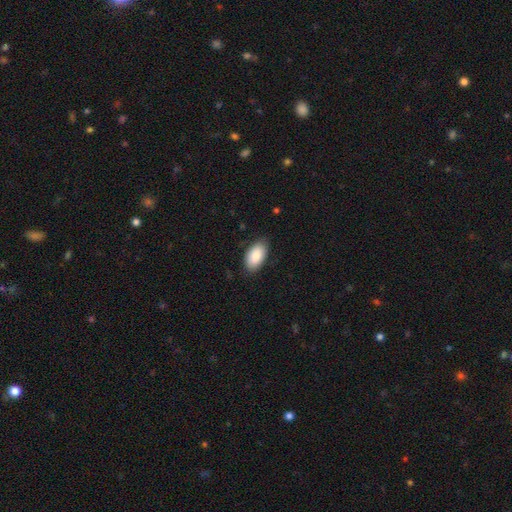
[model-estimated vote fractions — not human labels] Smooth or featured?
  - smooth: 87% *
  - featured or disk: 7%
  - star or artifact: 6%
How rounded?
  - in between: 95% *
  - round: 3%
  - cigar-shaped: 2%
Merging?
  - none: 82% *
  - minor disturbance: 15%
  - major disturbance: 3%
  - merger: 1%